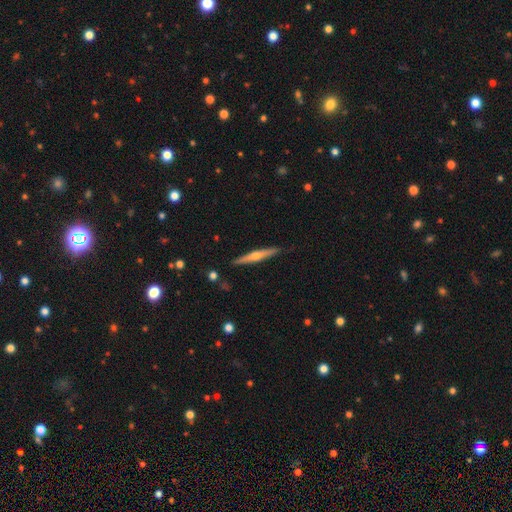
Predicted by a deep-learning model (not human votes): Morphology: type=featured or disk (63%); edge-on=yes (97%); edge-on bulge=rounded (88%); merging=none (88%).